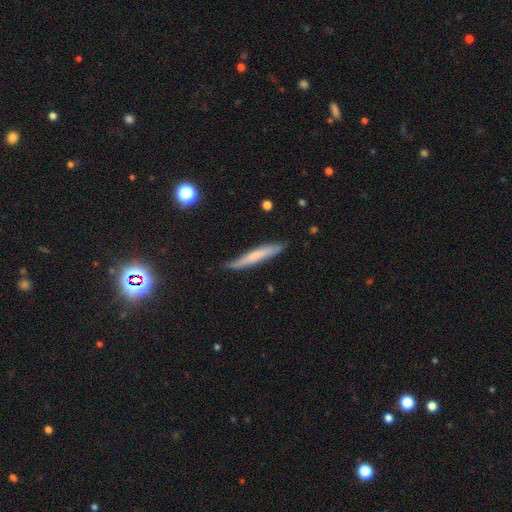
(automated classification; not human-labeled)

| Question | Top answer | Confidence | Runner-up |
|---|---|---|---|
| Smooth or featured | smooth | 60% | featured or disk (34%) |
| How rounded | cigar-shaped | 94% | in between (5%) |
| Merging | none | 76% | minor disturbance (20%) |